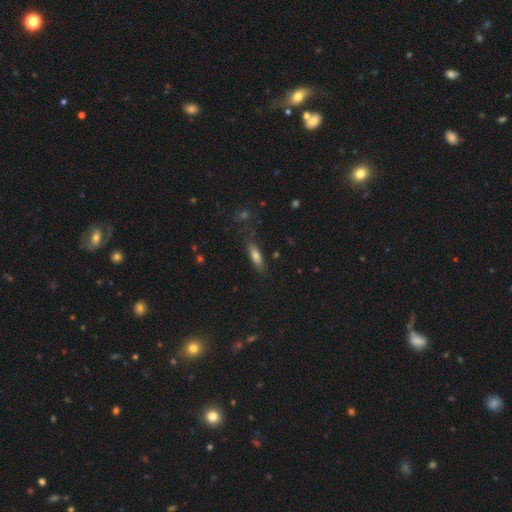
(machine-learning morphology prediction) Q: Smooth or featured?
A: smooth (75%); runner-up: featured or disk (17%)
Q: How rounded?
A: cigar-shaped (50%); runner-up: in between (48%)
Q: Merging?
A: none (77%); runner-up: minor disturbance (16%)